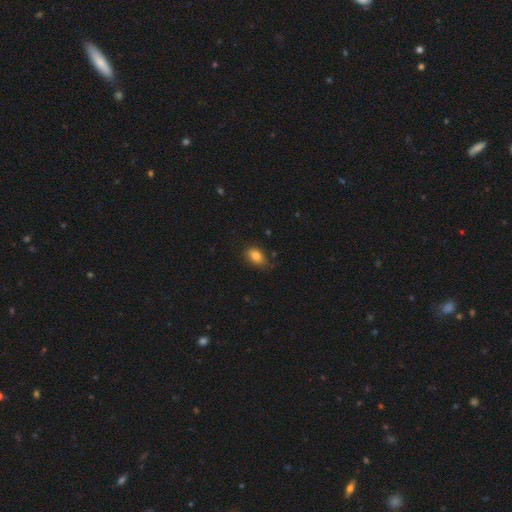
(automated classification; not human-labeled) Overall: smooth (84%). How rounded: in between (81%). Merging: none (67%).